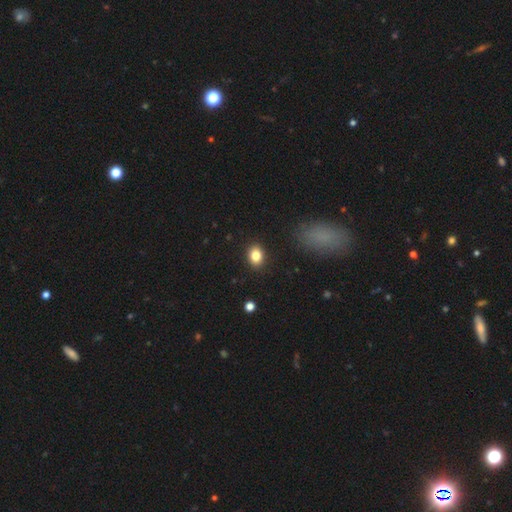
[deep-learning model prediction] Smooth or featured? Predicted: smooth (p=0.83). How rounded? Predicted: in between (p=0.63). Merging? Predicted: none (p=0.89).